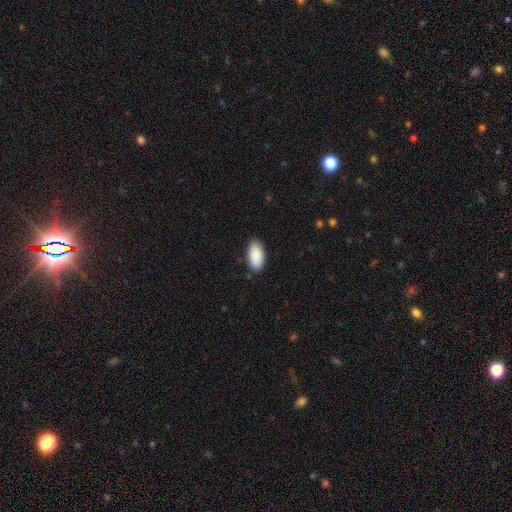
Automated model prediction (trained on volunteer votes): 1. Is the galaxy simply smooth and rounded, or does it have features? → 89% smooth, 6% star or artifact, 5% featured or disk.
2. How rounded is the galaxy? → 95% in between, 2% cigar-shaped, 2% round.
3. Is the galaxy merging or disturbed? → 84% none, 13% minor disturbance, 2% major disturbance, 1% merger.